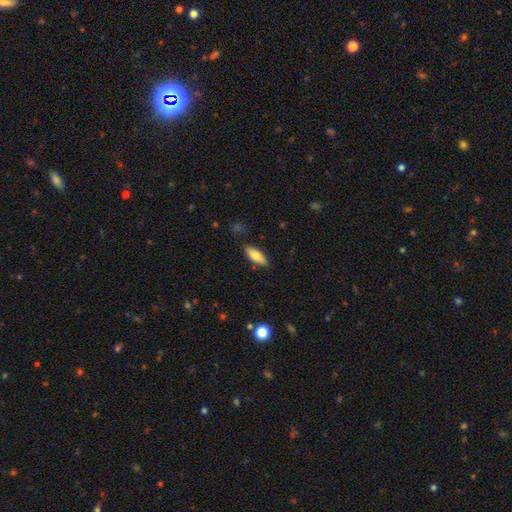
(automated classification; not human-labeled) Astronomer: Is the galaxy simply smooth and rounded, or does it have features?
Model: smooth — 74%.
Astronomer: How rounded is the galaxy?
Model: in between — 69%.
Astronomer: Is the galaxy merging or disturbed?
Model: none — 84%.